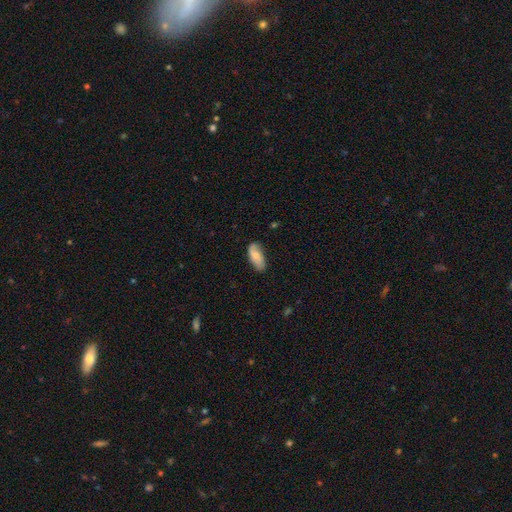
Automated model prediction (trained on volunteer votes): This appears to be a smooth galaxy with no disk features (69%) that is in between round and cigar-shaped (88%). Merging: none (68%).